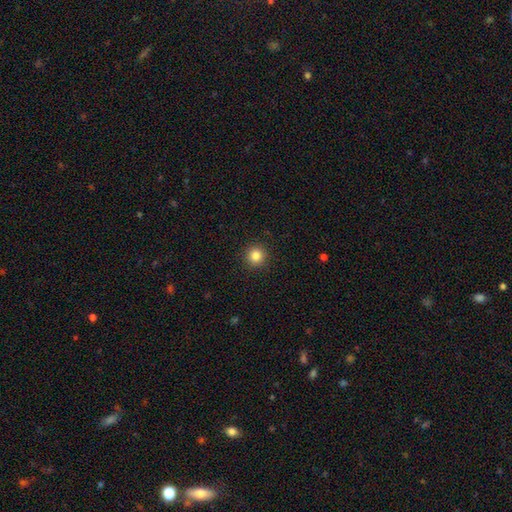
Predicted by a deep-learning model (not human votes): Smooth or featured? Predicted: smooth (p=0.83). How rounded? Predicted: round (p=0.95). Merging? Predicted: none (p=0.92).